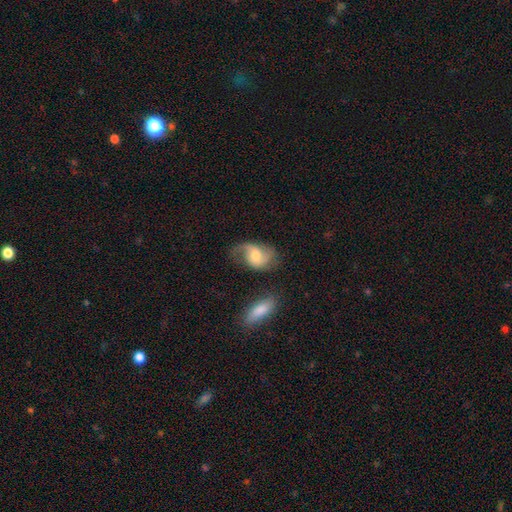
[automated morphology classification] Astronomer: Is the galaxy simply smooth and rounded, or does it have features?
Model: featured or disk — 60%.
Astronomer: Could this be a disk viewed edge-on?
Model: no — 96%.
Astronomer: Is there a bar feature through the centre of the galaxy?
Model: no — 49% (runner-up: weak, 42%).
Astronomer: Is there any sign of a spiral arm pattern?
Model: yes — 90%.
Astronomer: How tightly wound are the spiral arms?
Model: loose — 51% (runner-up: medium, 37%).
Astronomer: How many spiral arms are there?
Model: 2 — 72%.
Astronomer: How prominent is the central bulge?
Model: moderate — 53%.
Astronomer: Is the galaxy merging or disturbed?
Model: none — 50% (runner-up: minor disturbance, 26%).